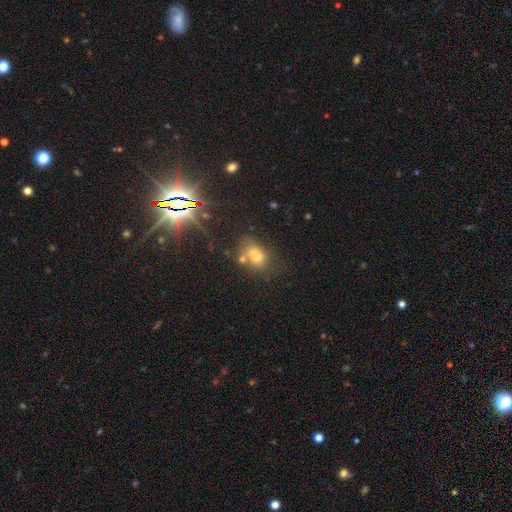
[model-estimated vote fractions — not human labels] The model was most divided on "merging": none: 52%, merger: 22%, minor disturbance: 18%, major disturbance: 8%. More confident: smooth or featured — smooth (67%); how rounded — in between (65%).